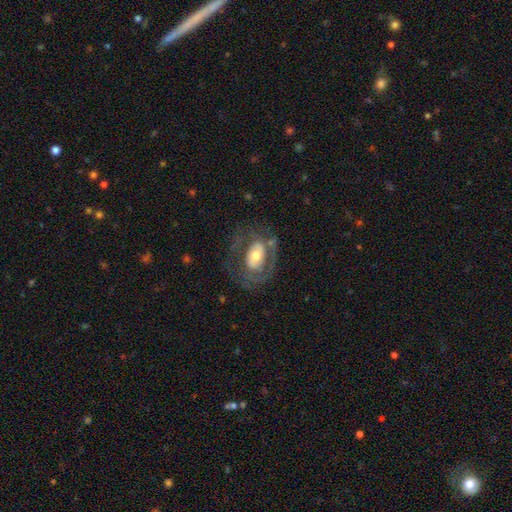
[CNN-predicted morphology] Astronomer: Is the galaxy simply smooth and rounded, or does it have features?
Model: featured or disk — 64%.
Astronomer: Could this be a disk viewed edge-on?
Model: no — 94%.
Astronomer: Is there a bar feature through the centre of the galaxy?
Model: no — 59%.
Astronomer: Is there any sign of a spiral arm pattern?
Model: yes — 56% (runner-up: no, 44%).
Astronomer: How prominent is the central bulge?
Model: moderate — 61%.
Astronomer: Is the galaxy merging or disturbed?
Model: none — 53%.